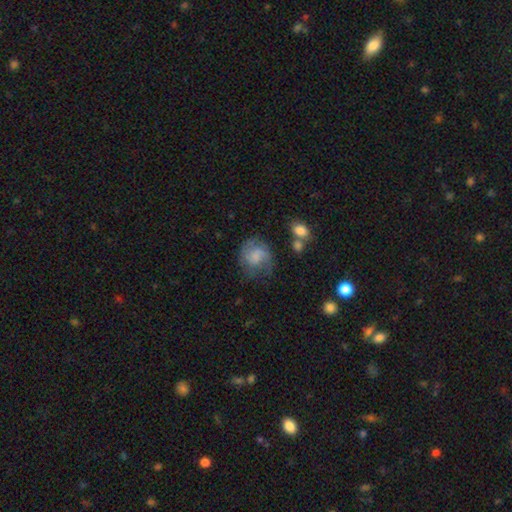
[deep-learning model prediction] Q: Smooth or featured?
A: smooth (47%); runner-up: featured or disk (44%)
Q: Merging?
A: none (55%); runner-up: minor disturbance (24%)